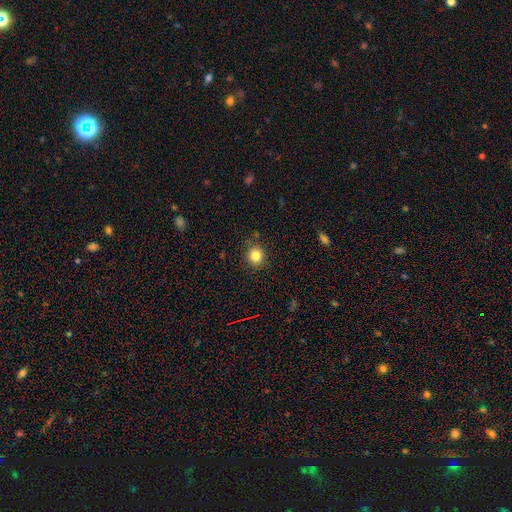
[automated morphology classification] Smooth or featured? smooth (82%)
How rounded? round (89%)
Merging? none (87%)